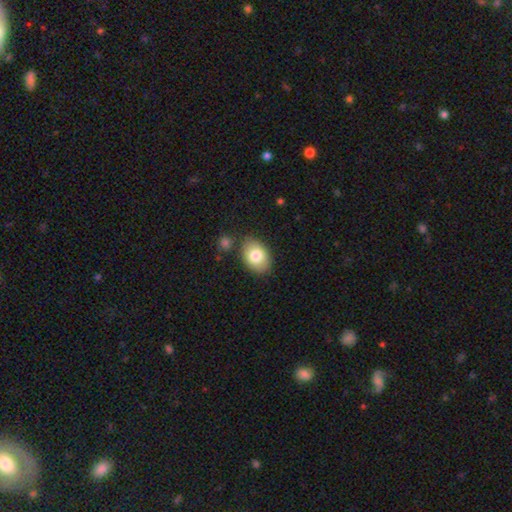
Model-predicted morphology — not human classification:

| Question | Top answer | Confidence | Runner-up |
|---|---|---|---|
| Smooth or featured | smooth | 79% | featured or disk (13%) |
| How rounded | in between | 82% | round (17%) |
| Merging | none | 80% | minor disturbance (12%) |